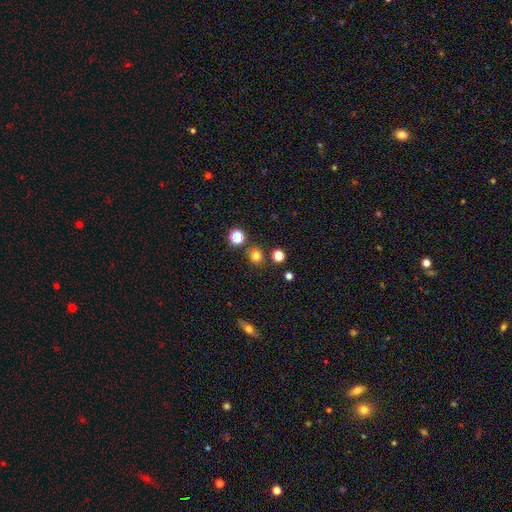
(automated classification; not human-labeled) A smooth galaxy with no disk features (76%) that is round (87%).

Vote fractions:
- Smooth or featured? smooth: 76% / star or artifact: 18% / featured or disk: 6%
- How rounded? round: 87% / in between: 12% / cigar-shaped: 1%
- Merging? none: 81% / minor disturbance: 8% / merger: 8% / major disturbance: 3%